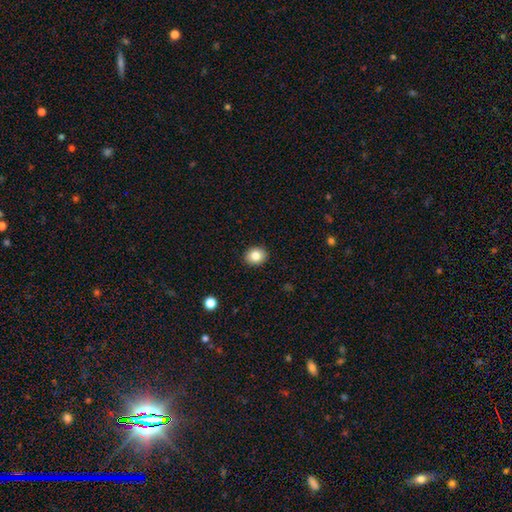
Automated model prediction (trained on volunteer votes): This is clearly a smooth galaxy (83%). How rounded: likely round (63%). Merging: clearly none (91%).